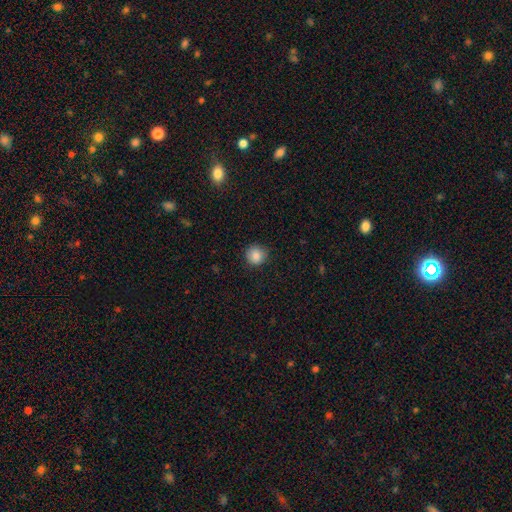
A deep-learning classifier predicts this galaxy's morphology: The model was most divided on "smooth or featured": smooth: 85%, star or artifact: 10%, featured or disk: 5%. More confident: how rounded — round (94%); merging — none (88%).